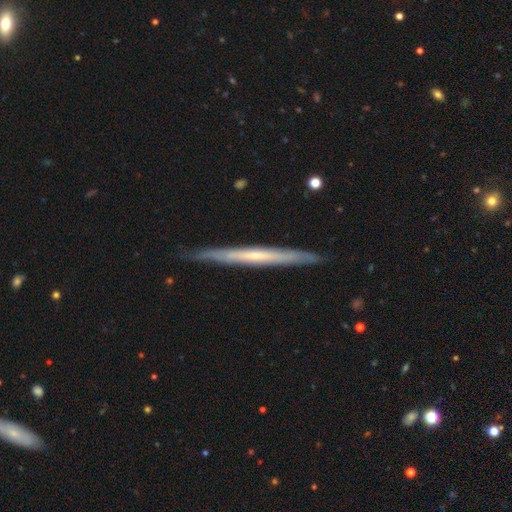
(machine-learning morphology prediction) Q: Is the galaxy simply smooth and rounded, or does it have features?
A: featured or disk — 62%.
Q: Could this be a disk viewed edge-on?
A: yes — 95%.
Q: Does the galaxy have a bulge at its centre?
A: none — 74%.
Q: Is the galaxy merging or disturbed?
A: none — 86%.